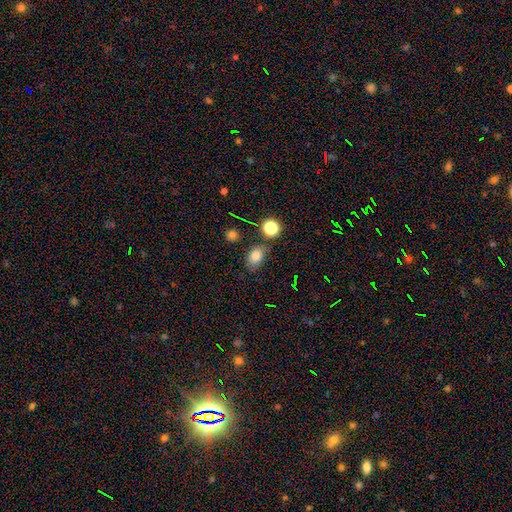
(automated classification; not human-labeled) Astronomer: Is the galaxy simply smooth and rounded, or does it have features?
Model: smooth — 79%.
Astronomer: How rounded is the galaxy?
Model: in between — 76%.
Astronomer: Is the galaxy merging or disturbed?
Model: none — 71%.